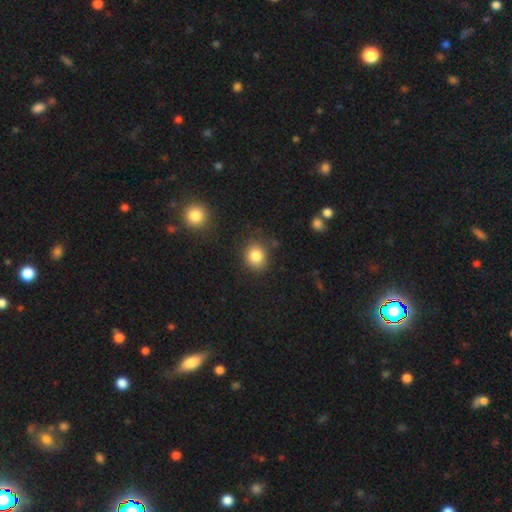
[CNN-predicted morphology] smooth_or_featured: smooth (p=0.84) [alt: star or artifact p=0.10]
how_rounded: round (p=0.72) [alt: in between p=0.27]
merging: none (p=0.83) [alt: minor disturbance p=0.11]